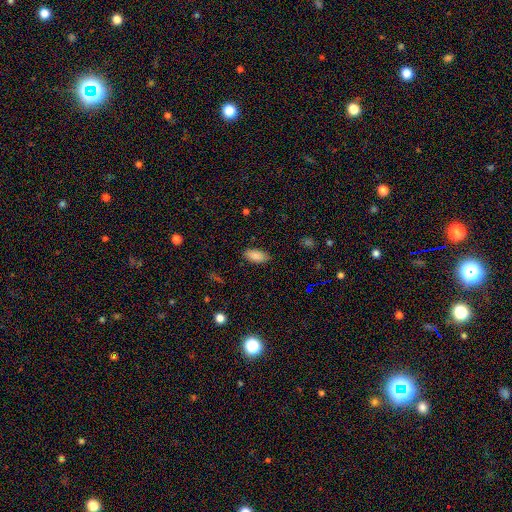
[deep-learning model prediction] Overall: smooth (88%). How rounded: in between (92%). Merging: none (85%).